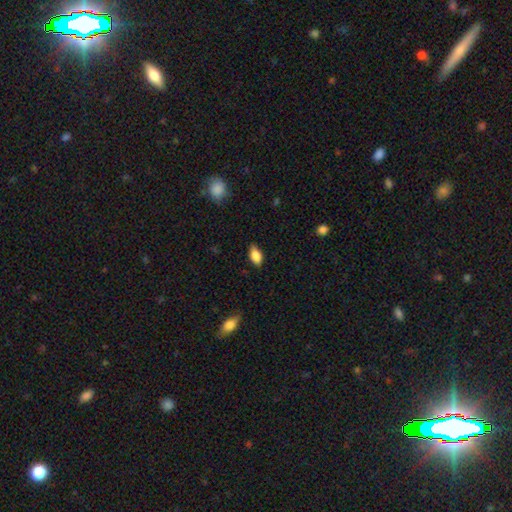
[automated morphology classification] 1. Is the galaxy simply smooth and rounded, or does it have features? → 85% smooth, 8% featured or disk, 8% star or artifact.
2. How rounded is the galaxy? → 90% in between, 6% cigar-shaped, 4% round.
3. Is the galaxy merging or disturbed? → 78% none, 18% minor disturbance, 3% major disturbance, 1% merger.